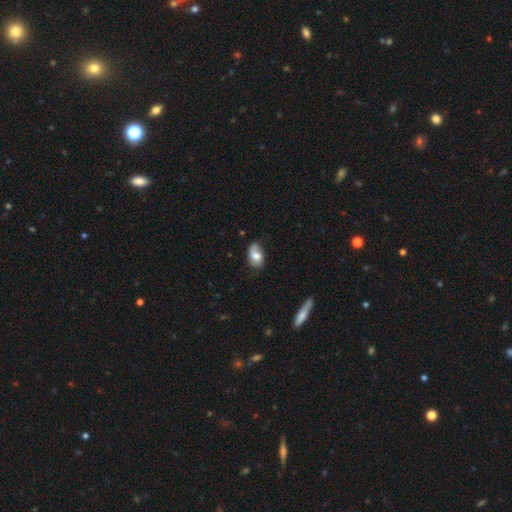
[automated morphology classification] Smooth or featured? Predicted: smooth (p=0.66). How rounded? Predicted: in between (p=0.89). Merging? Predicted: none (p=0.53).